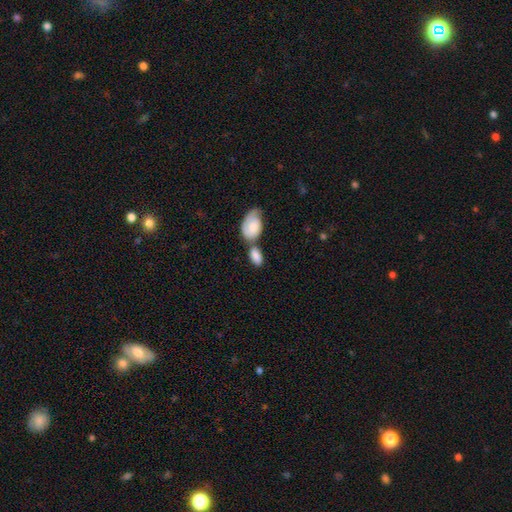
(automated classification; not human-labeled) smooth 80%, featured or disk 14%, star or artifact 6%. Down the decision tree: how rounded — in between (91%); merging — merger (50%).